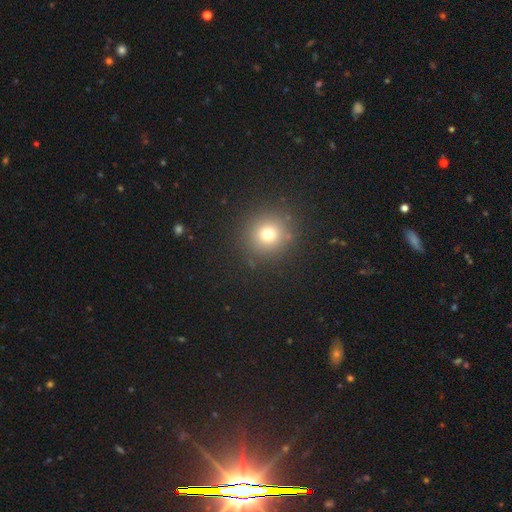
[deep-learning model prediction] The model was most divided on "smooth or featured": smooth: 56%, star or artifact: 34%, featured or disk: 10%. More confident: how rounded — round (92%); merging — none (91%).